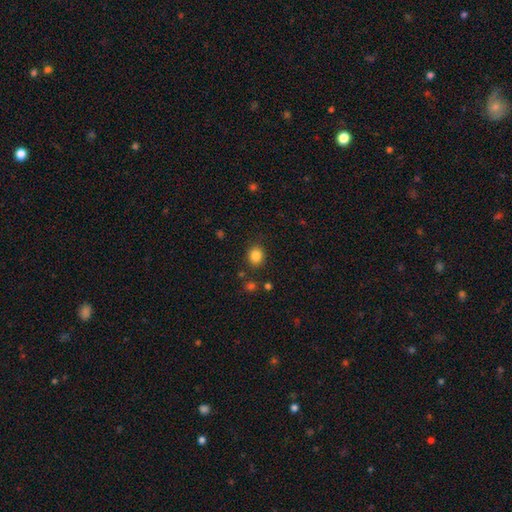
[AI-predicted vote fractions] smooth-or-featured: smooth: 85% | star or artifact: 11% | featured or disk: 4%
  how-rounded: round: 77% | in between: 22% | cigar-shaped: 1%
  merging: none: 86% | minor disturbance: 9% | major disturbance: 3% | merger: 3%